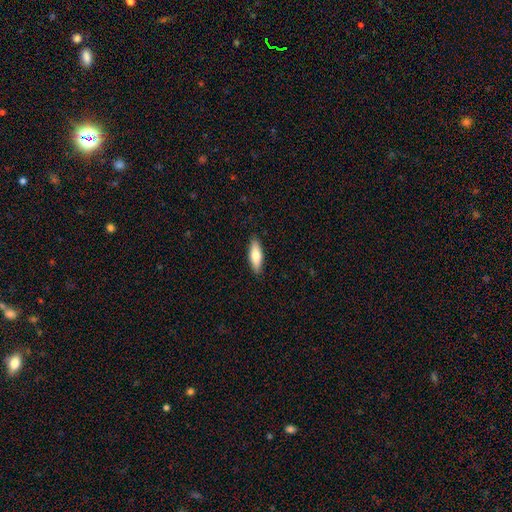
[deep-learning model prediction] Overall: smooth (74%). How rounded: in between (60%; cigar-shaped 38%). Merging: none (89%).